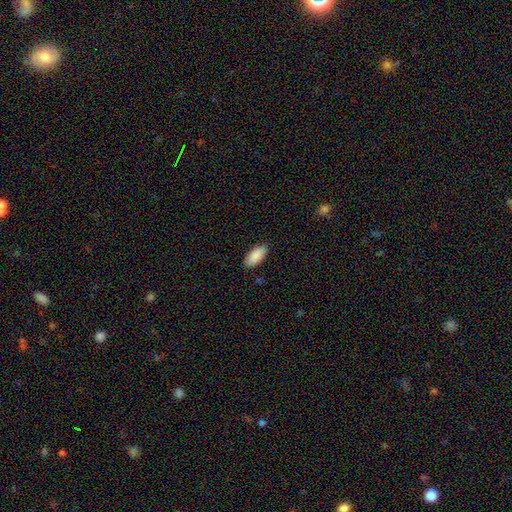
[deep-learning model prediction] A smooth galaxy with no disk features (90%) that is in between round and cigar-shaped (90%). Merging: none (86%).